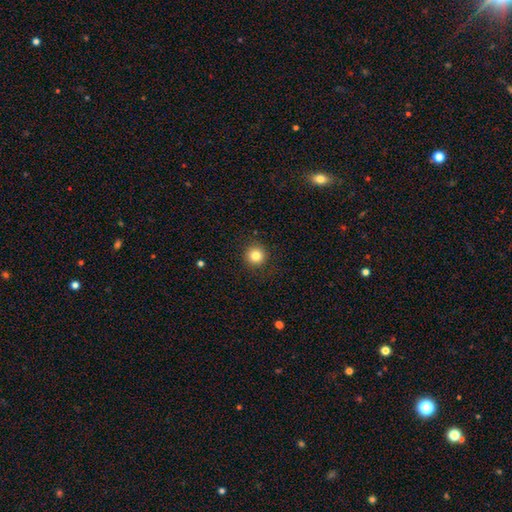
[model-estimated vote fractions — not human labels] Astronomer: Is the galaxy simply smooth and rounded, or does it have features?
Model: smooth — 83%.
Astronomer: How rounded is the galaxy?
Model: round — 94%.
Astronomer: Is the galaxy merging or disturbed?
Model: none — 90%.